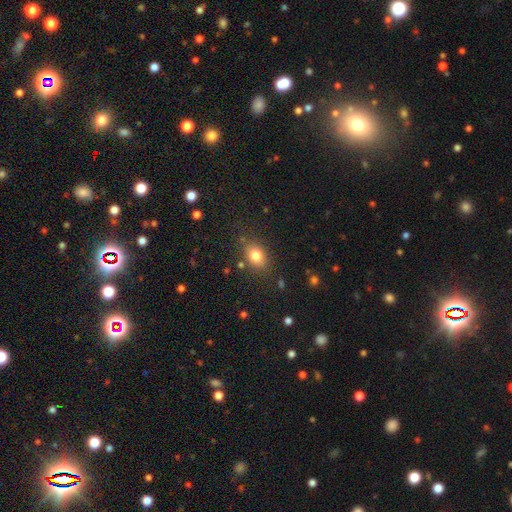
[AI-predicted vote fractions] A smooth galaxy with no disk features (79%) that is in between round and cigar-shaped (64%). Merging: none (80%).